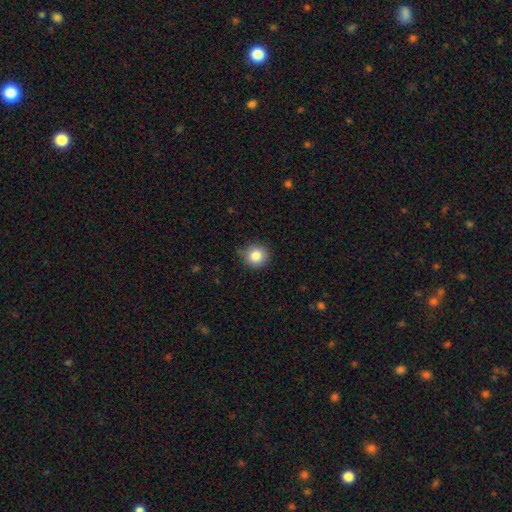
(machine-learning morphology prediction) smooth 83%, star or artifact 10%, featured or disk 7%. Down the decision tree: how rounded — round (92%); merging — none (82%).